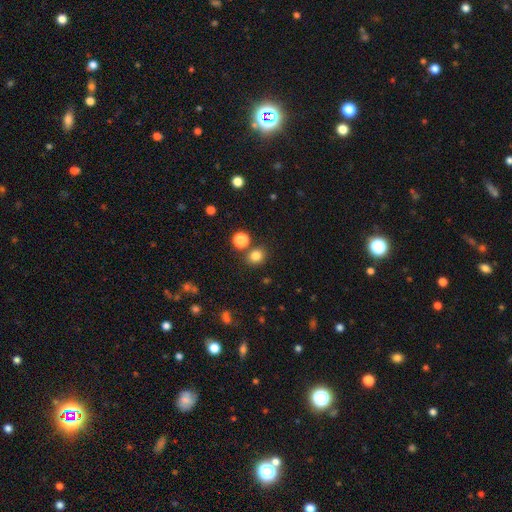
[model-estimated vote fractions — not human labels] Overall: smooth (81%). How rounded: round (73%). Merging: none (79%).